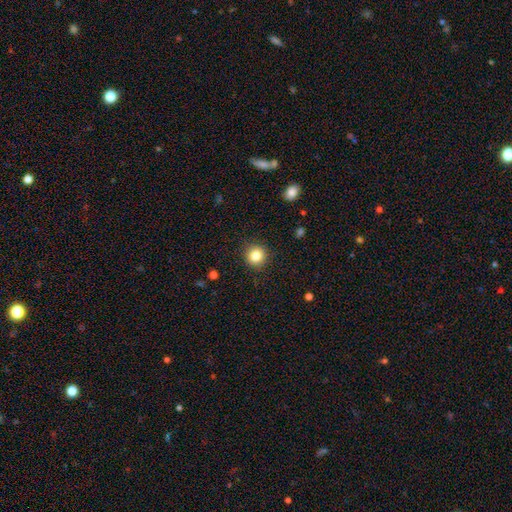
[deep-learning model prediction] Overall: smooth (84%). How rounded: round (94%). Merging: none (91%).